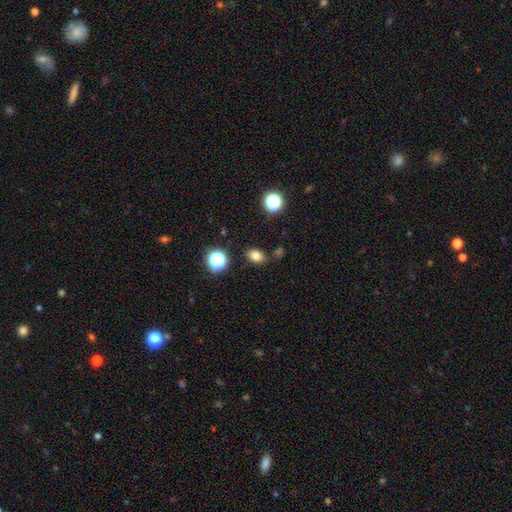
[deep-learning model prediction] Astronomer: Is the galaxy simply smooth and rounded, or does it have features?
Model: smooth — 77%.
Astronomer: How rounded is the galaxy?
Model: in between — 75%.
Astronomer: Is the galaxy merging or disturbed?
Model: none — 78%.